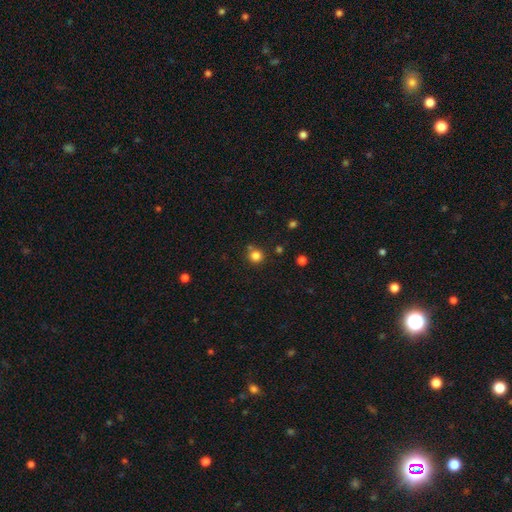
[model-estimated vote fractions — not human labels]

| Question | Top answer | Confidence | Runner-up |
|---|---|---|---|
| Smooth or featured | smooth | 82% | star or artifact (13%) |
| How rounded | round | 92% | in between (7%) |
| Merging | none | 77% | minor disturbance (11%) |